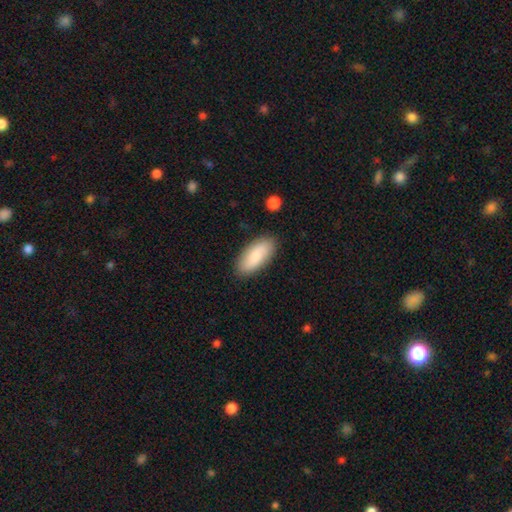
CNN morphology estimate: A smooth galaxy with no disk features (79%) that is in between round and cigar-shaped (87%). Merging: none (86%).